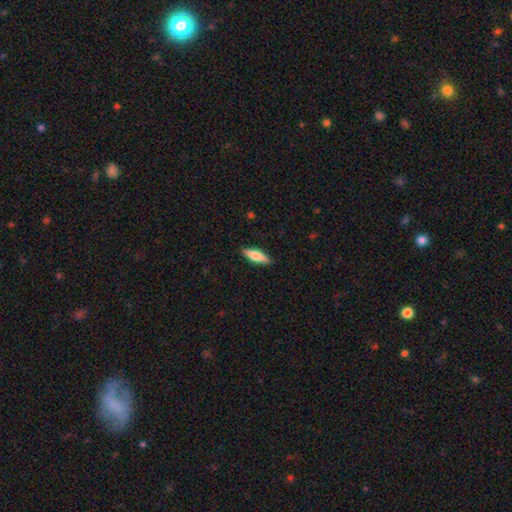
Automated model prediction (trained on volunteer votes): Smooth or featured? Predicted: smooth (p=0.58). How rounded? Predicted: cigar-shaped (p=0.55). Merging? Predicted: none (p=0.90).